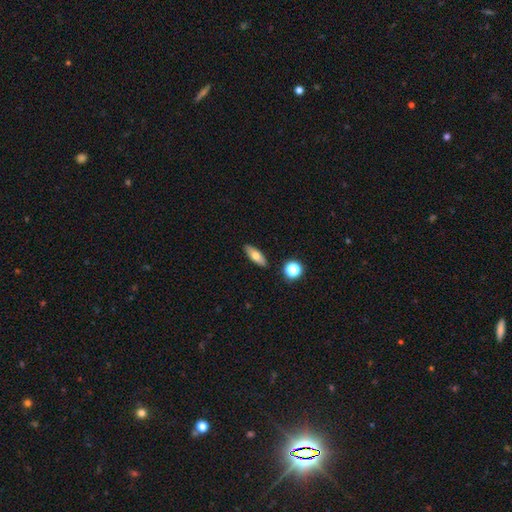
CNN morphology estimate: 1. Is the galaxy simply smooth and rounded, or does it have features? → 65% smooth, 27% featured or disk, 8% star or artifact.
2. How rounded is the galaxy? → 63% in between, 32% cigar-shaped, 5% round.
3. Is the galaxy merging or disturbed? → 89% none, 7% minor disturbance, 2% merger, 2% major disturbance.